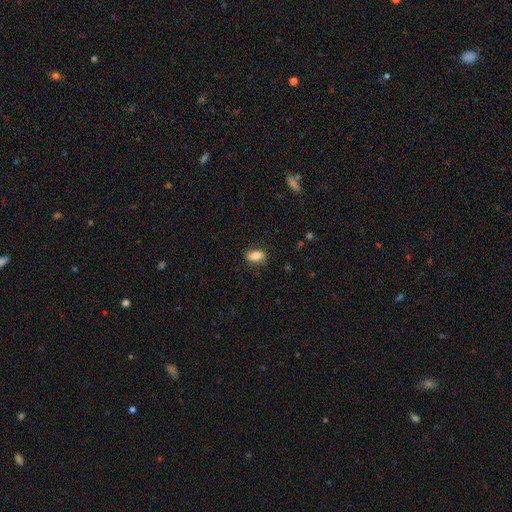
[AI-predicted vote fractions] Q: Smooth or featured?
A: smooth (73%); runner-up: featured or disk (19%)
Q: How rounded?
A: in between (85%); runner-up: round (11%)
Q: Merging?
A: none (78%); runner-up: minor disturbance (17%)